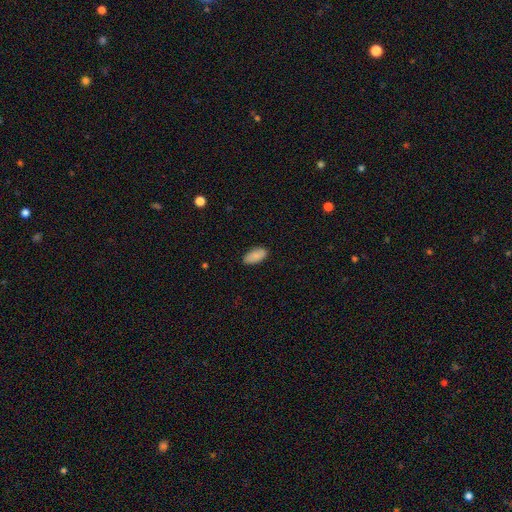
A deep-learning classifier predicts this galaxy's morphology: Smooth or featured?
  - smooth: 87% *
  - featured or disk: 7%
  - star or artifact: 6%
How rounded?
  - in between: 93% *
  - cigar-shaped: 5%
  - round: 2%
Merging?
  - none: 87% *
  - minor disturbance: 10%
  - major disturbance: 2%
  - merger: 1%